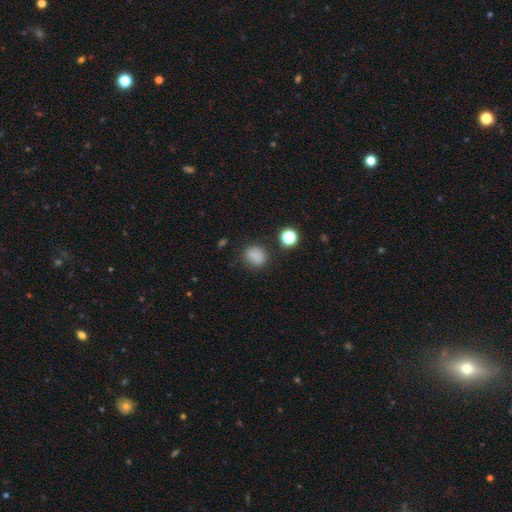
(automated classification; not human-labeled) Smooth or featured?
  - smooth: 81% *
  - star or artifact: 14%
  - featured or disk: 6%
How rounded?
  - round: 61% *
  - in between: 38%
  - cigar-shaped: 1%
Merging?
  - none: 76% *
  - minor disturbance: 15%
  - major disturbance: 5%
  - merger: 4%